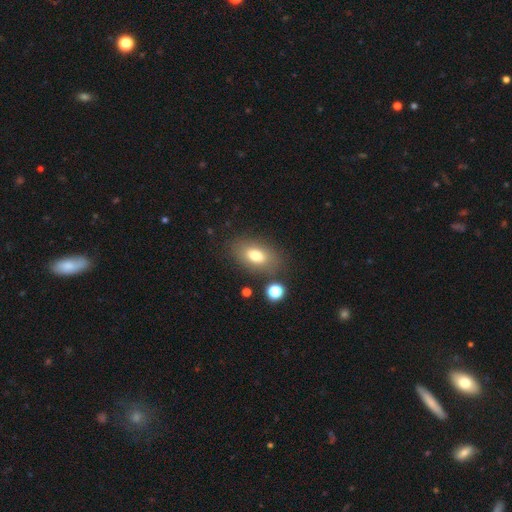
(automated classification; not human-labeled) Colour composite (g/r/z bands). It shows a smooth galaxy with no disk features (75%) that is in between round and cigar-shaped (87%). Merging: none (79%).